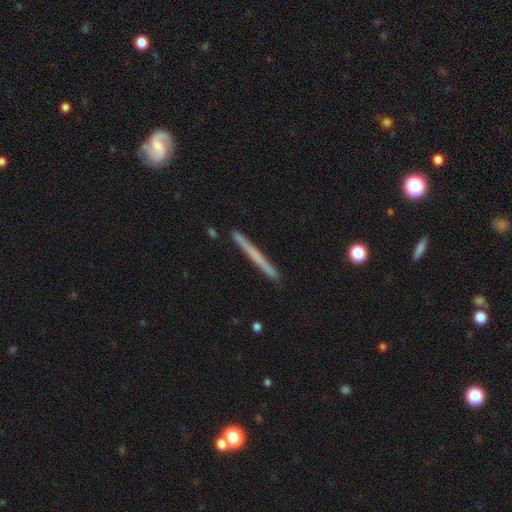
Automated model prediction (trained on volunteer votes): Smooth or featured?
  - smooth: 50% *
  - featured or disk: 44%
  - star or artifact: 6%
How rounded?
  - cigar-shaped: 97% *
  - in between: 2%
  - round: 2%
Merging?
  - none: 90% *
  - minor disturbance: 7%
  - merger: 1%
  - major disturbance: 1%